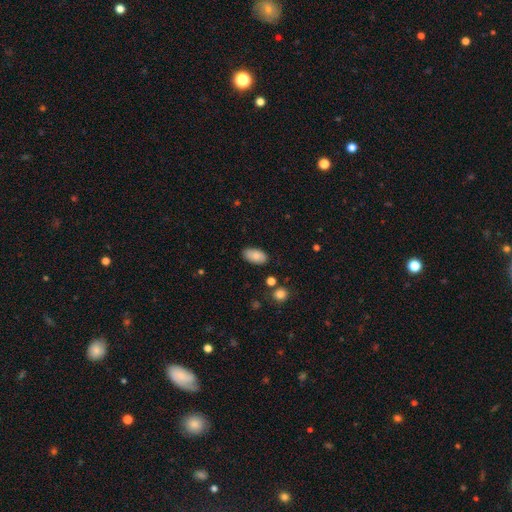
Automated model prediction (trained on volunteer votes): Smooth or featured? smooth (84%)
How rounded? in between (94%)
Merging? none (84%)